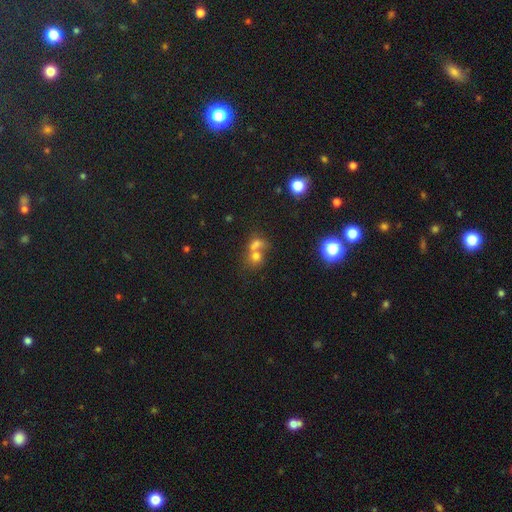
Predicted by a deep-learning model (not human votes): This is likely a smooth galaxy (66%). How rounded: likely round (69%). Merging: likely merger (64%).